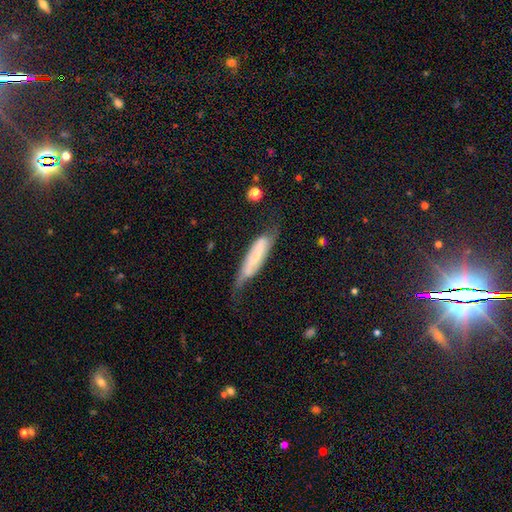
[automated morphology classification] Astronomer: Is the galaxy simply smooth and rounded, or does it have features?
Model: featured or disk — 55% (runner-up: smooth, 37%).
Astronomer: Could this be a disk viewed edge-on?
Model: no — 61% (runner-up: yes, 39%).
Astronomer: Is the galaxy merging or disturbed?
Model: none — 49% (runner-up: minor disturbance, 31%).